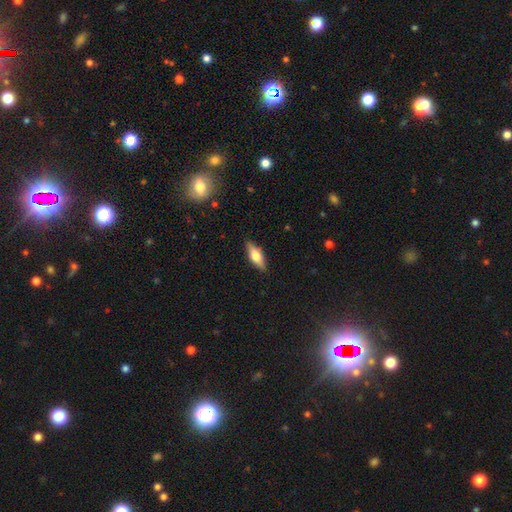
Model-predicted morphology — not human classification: Overall: smooth (56%; featured or disk 37%). How rounded: in between (62%; cigar-shaped 35%). Merging: none (87%).